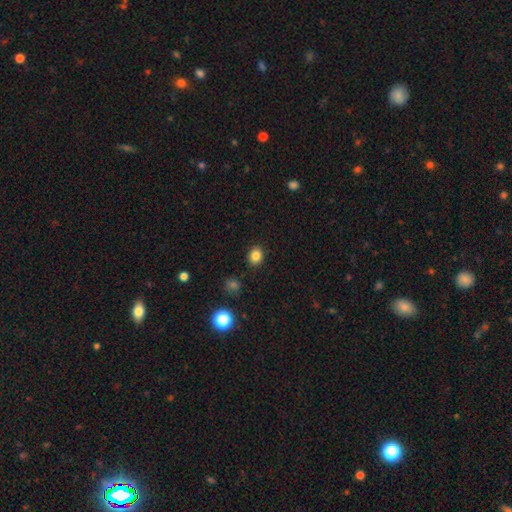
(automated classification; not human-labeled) Q: Smooth or featured?
A: smooth (83%); runner-up: star or artifact (11%)
Q: How rounded?
A: round (59%); runner-up: in between (40%)
Q: Merging?
A: none (89%); runner-up: minor disturbance (8%)